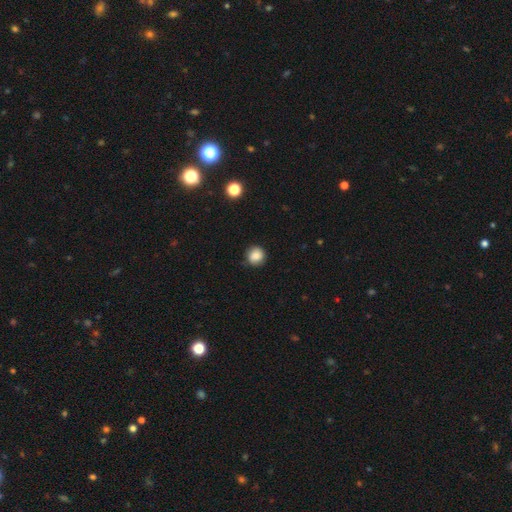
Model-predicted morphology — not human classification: smooth-or-featured: smooth: 84% | star or artifact: 10% | featured or disk: 6%
  how-rounded: round: 90% | in between: 9% | cigar-shaped: 1%
  merging: none: 82% | minor disturbance: 14% | major disturbance: 3% | merger: 1%